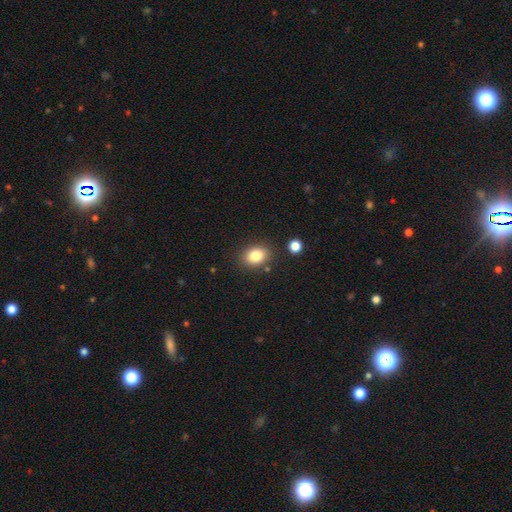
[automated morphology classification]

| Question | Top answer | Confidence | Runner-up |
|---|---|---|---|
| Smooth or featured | smooth | 83% | star or artifact (10%) |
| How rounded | in between | 64% | round (35%) |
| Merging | none | 83% | minor disturbance (10%) |